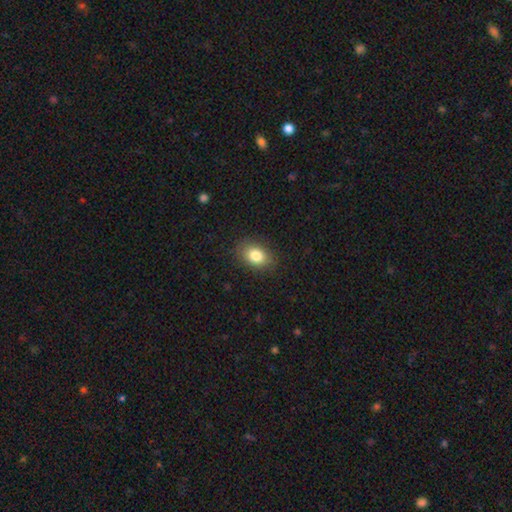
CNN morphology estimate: Smooth or featured? Predicted: smooth (p=0.83). How rounded? Predicted: in between (p=0.78). Merging? Predicted: none (p=0.86).